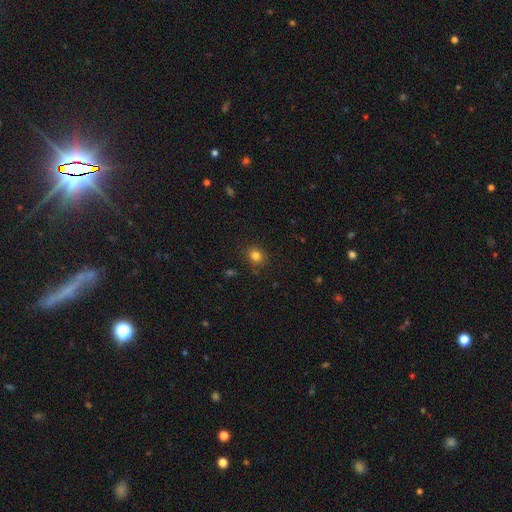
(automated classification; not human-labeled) Smooth or featured: smooth — 81% (star or artifact — 13%)
How rounded: round — 75% (in between — 24%)
Merging: none — 85% (minor disturbance — 10%)